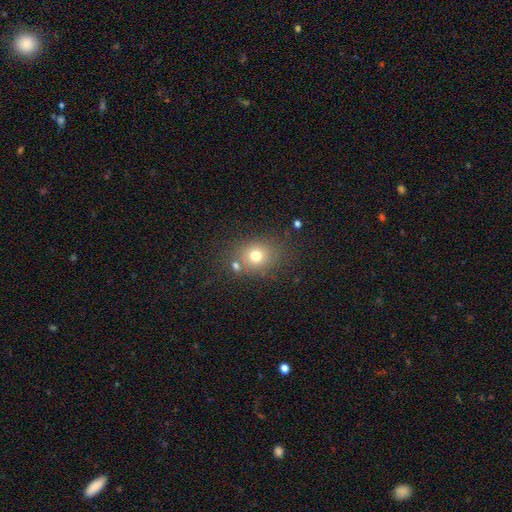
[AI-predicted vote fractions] Smooth or featured: smooth — 73% (star or artifact — 16%)
How rounded: round — 64% (in between — 35%)
Merging: none — 71% (minor disturbance — 12%)